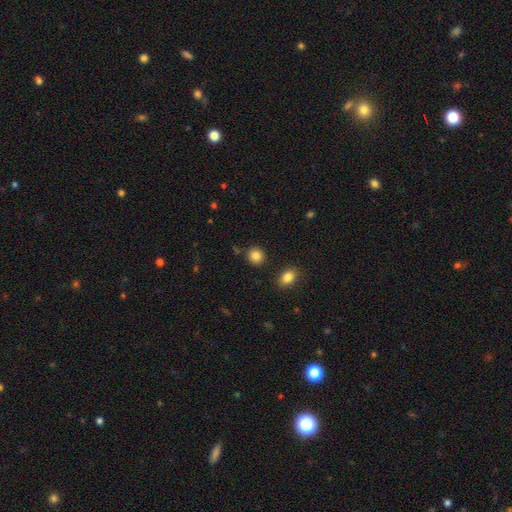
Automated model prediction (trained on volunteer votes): Overall: smooth (86%). How rounded: round (88%). Merging: none (87%).